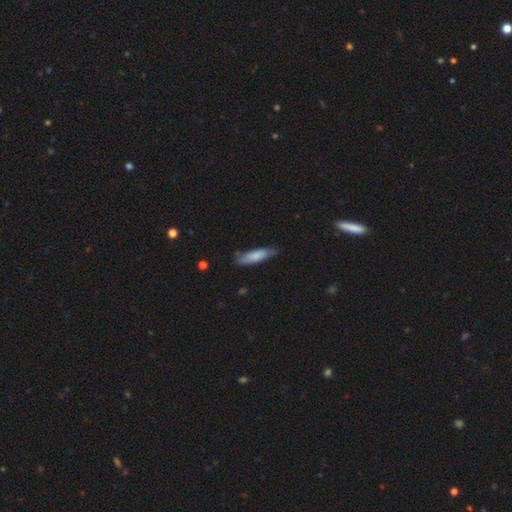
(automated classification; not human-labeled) Smooth or featured? smooth (77%)
How rounded? cigar-shaped (62%)
Merging? none (70%)